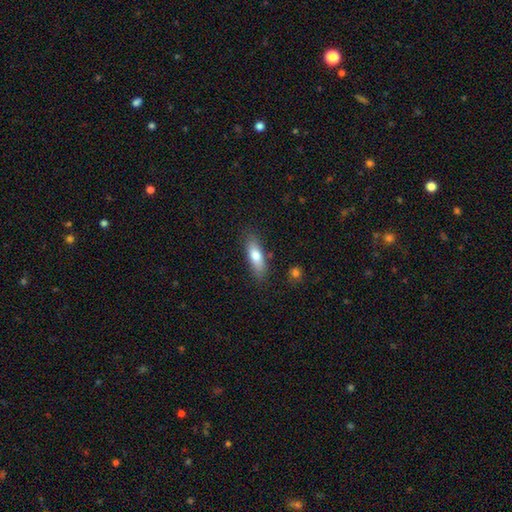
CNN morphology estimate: Overall: smooth (76%). How rounded: in between (58%; cigar-shaped 40%). Merging: none (80%).